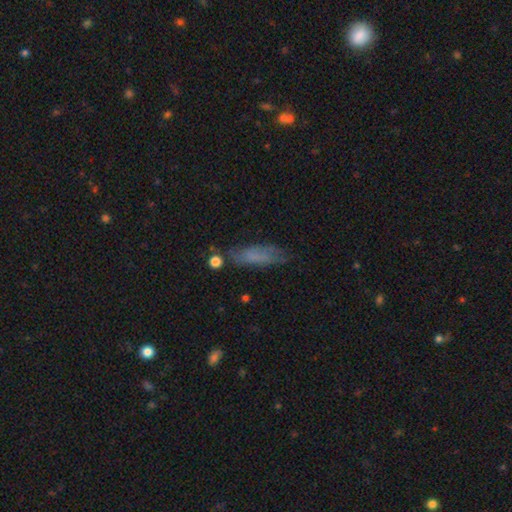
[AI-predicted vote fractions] Smooth or featured? smooth (63%)
How rounded? cigar-shaped (54%)
Merging? none (62%)